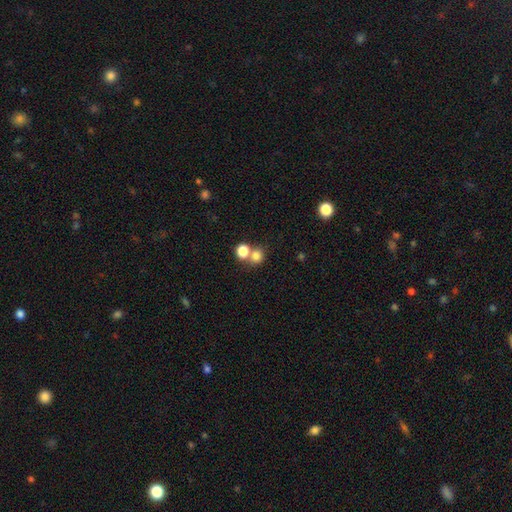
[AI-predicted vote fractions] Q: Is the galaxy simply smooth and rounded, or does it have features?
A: smooth — 78%.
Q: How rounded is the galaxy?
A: round — 78%.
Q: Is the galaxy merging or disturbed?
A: none — 49%.